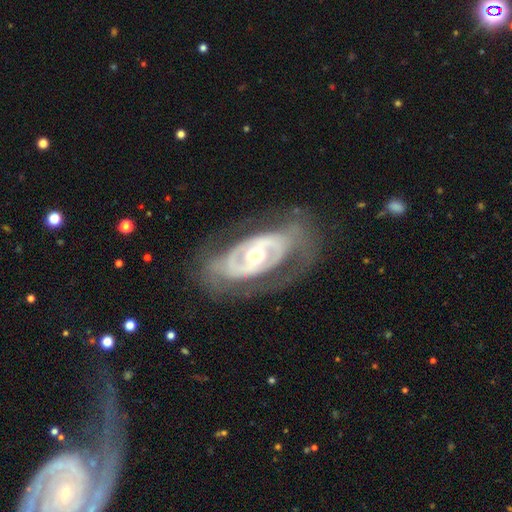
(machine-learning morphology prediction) A featured or disk galaxy (81%) with no bar (49%), spiral arms (58%) and a moderate central bulge (73%). Merging: none (67%).